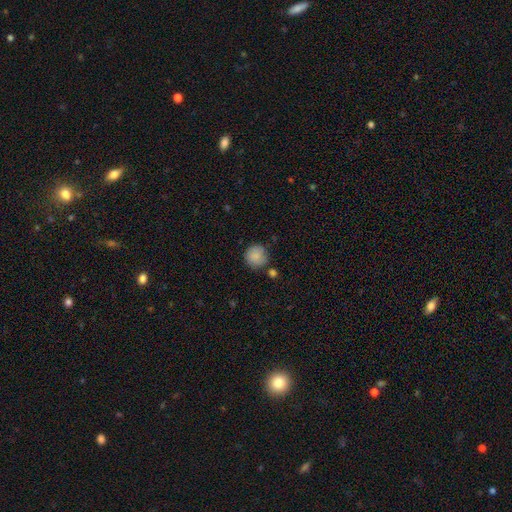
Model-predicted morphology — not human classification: smooth_or_featured: smooth (p=0.87) [alt: star or artifact p=0.07]
how_rounded: round (p=0.93) [alt: in between p=0.06]
merging: none (p=0.77) [alt: minor disturbance p=0.14]